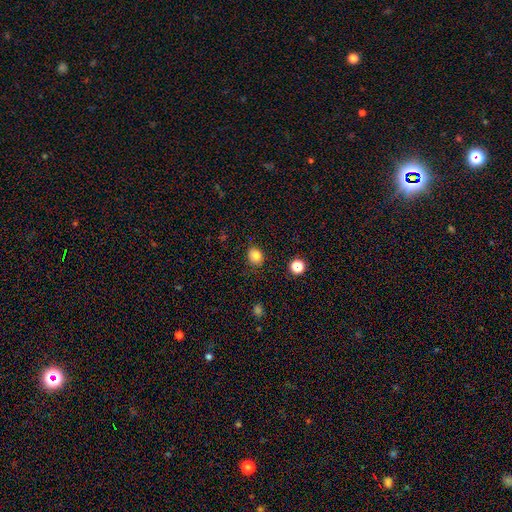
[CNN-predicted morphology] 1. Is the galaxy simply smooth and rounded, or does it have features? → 83% smooth, 12% star or artifact, 5% featured or disk.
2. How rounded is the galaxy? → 67% round, 32% in between, 1% cigar-shaped.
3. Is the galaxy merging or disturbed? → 84% none, 12% minor disturbance, 3% major disturbance, 1% merger.